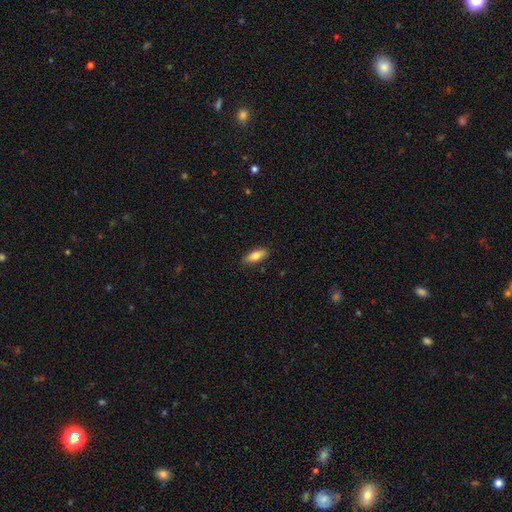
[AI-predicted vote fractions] Smooth or featured? Predicted: smooth (p=0.80). How rounded? Predicted: in between (p=0.70). Merging? Predicted: none (p=0.86).